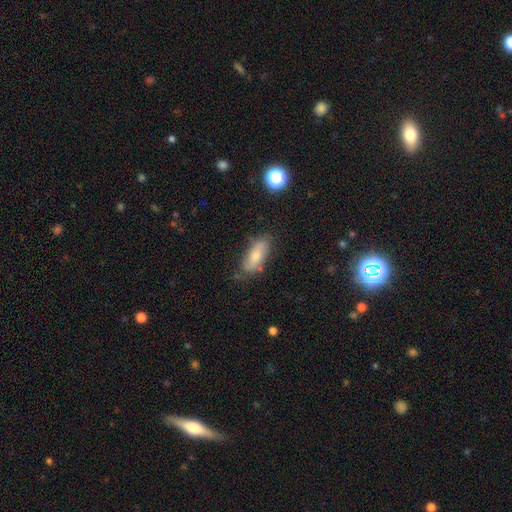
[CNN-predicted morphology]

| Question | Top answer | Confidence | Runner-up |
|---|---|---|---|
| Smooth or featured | smooth | 61% | featured or disk (29%) |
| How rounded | in between | 67% | cigar-shaped (30%) |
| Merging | none | 73% | minor disturbance (21%) |